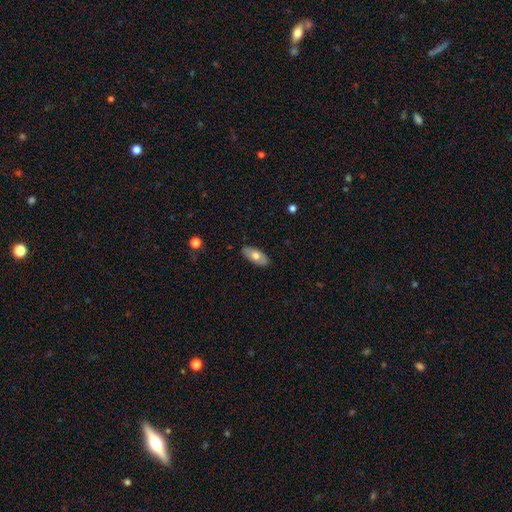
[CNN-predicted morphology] Q: Smooth or featured?
A: smooth (65%); runner-up: featured or disk (29%)
Q: How rounded?
A: in between (89%); runner-up: cigar-shaped (9%)
Q: Merging?
A: none (85%); runner-up: minor disturbance (12%)